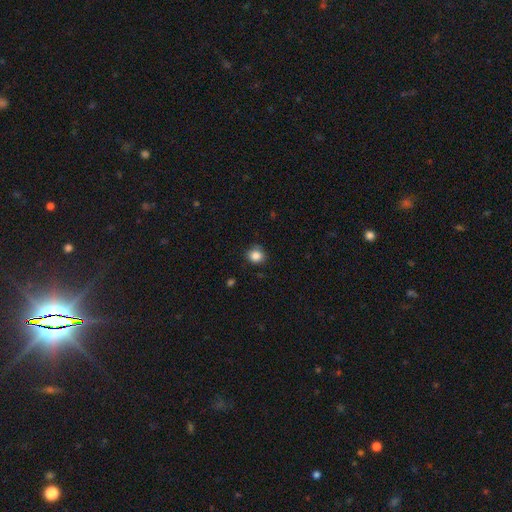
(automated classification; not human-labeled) Q: Smooth or featured?
A: smooth (85%); runner-up: star or artifact (11%)
Q: How rounded?
A: round (85%); runner-up: in between (15%)
Q: Merging?
A: none (84%); runner-up: minor disturbance (12%)